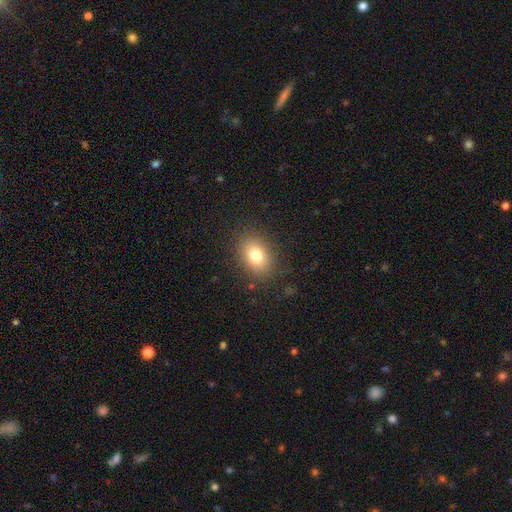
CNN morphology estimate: Smooth or featured? smooth (78%)
How rounded? in between (72%)
Merging? none (85%)